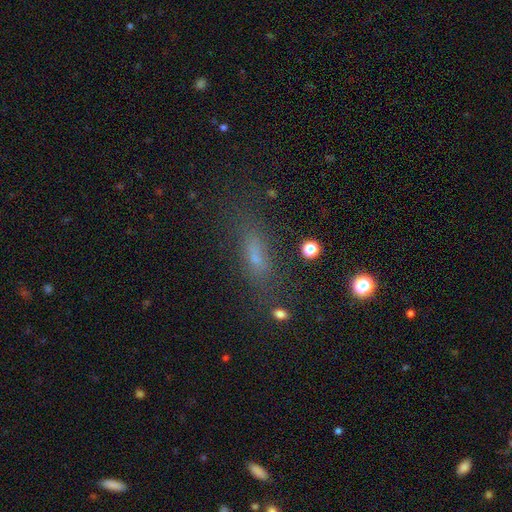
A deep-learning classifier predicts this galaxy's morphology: Smooth or featured? smooth (59%)
How rounded? cigar-shaped (52%)
Merging? none (68%)